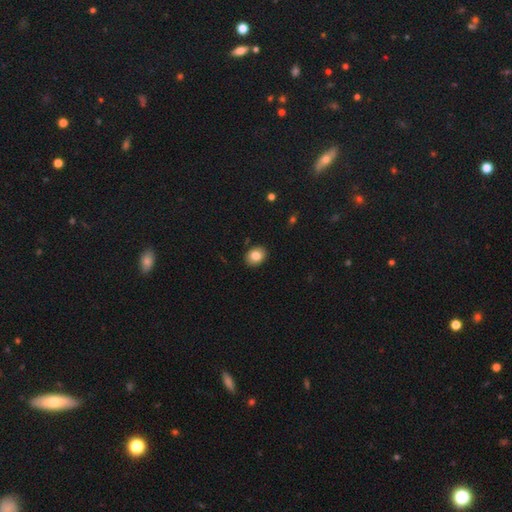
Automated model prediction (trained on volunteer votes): smooth 83%, featured or disk 9%, star or artifact 8%. Down the decision tree: how rounded — in between (62%); merging — none (89%).